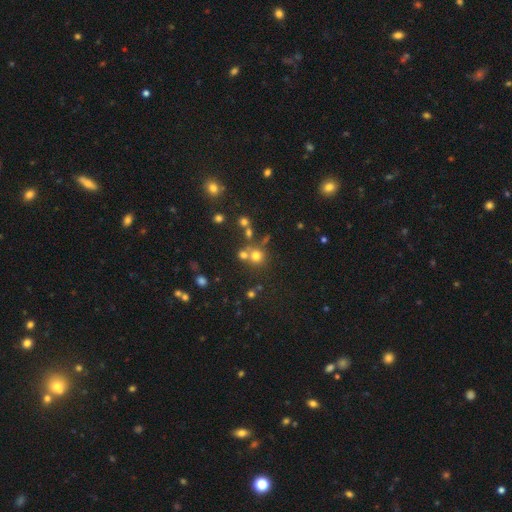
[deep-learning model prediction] Morphology: type=smooth (66%); roundness=round (88%); merging=none (57%).